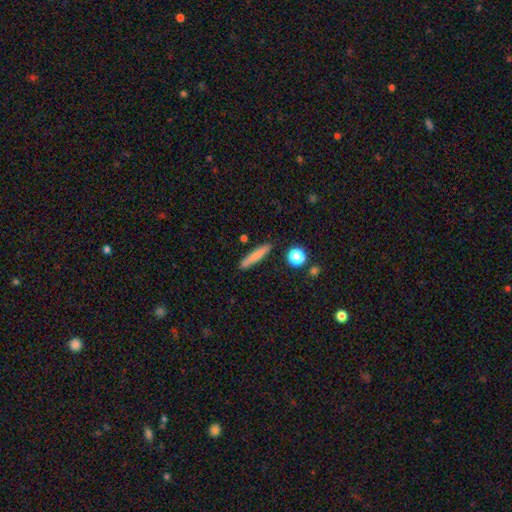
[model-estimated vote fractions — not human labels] This is likely a smooth galaxy (76%). How rounded: clearly cigar-shaped (91%). Merging: clearly none (86%).